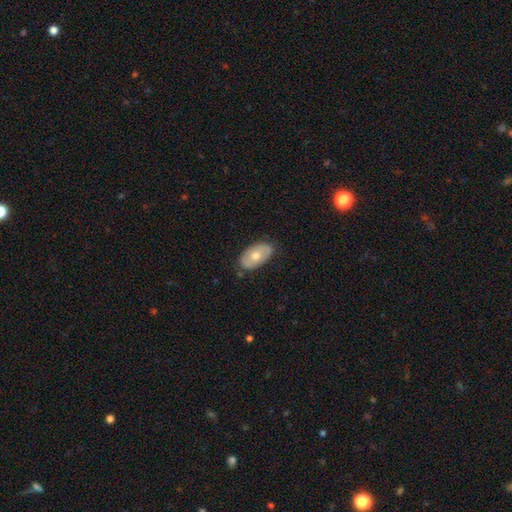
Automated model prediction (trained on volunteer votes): A smooth galaxy with no disk features (53%) that is in between round and cigar-shaped (92%). Merging: none (81%).